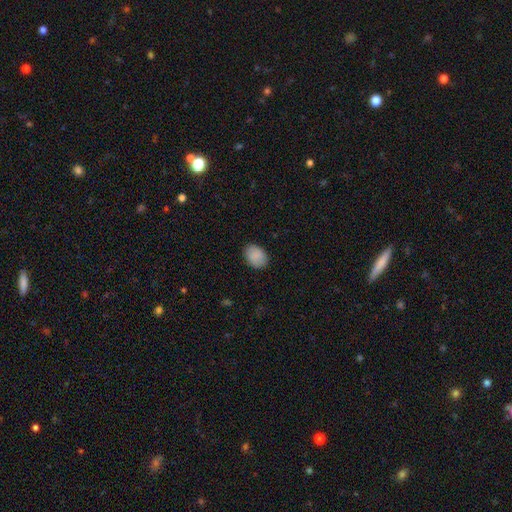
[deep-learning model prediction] smooth_or_featured: smooth (p=0.89) [alt: star or artifact p=0.07]
how_rounded: in between (p=0.69) [alt: round p=0.30]
merging: none (p=0.87) [alt: minor disturbance p=0.10]